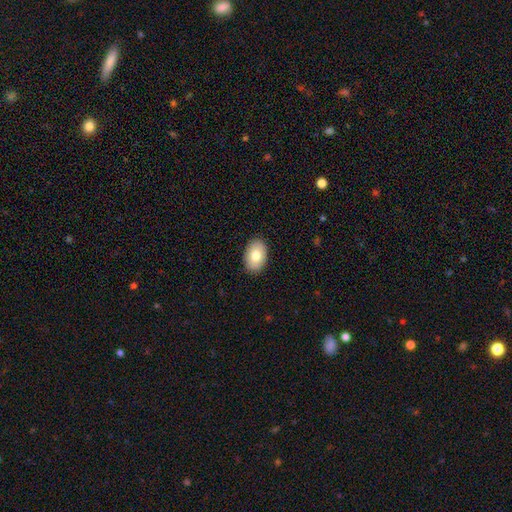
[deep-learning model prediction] Overall: smooth (79%). How rounded: in between (89%). Merging: none (89%).